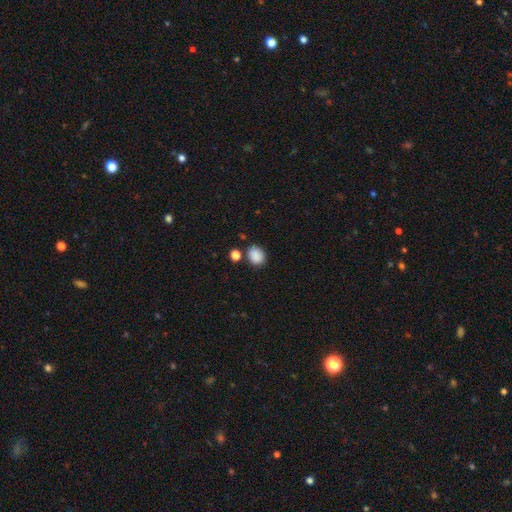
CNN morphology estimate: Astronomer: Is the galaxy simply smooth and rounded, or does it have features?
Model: smooth — 87%.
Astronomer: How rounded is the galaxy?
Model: in between — 50% (runner-up: round, 49%).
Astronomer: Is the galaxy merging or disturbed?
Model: none — 73%.